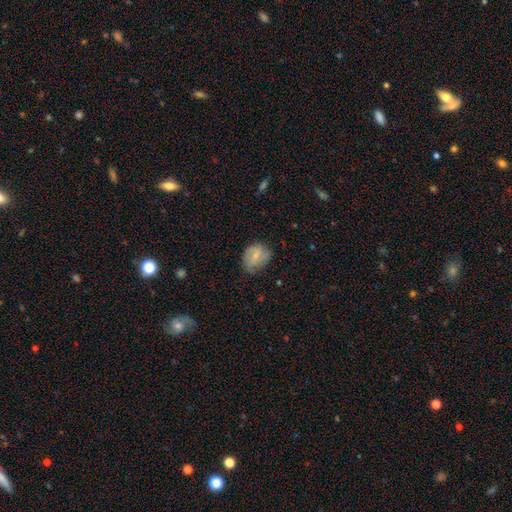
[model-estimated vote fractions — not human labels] Q: Smooth or featured?
A: smooth (53%); runner-up: featured or disk (39%)
Q: How rounded?
A: round (53%); runner-up: in between (45%)
Q: Merging?
A: none (55%); runner-up: minor disturbance (32%)